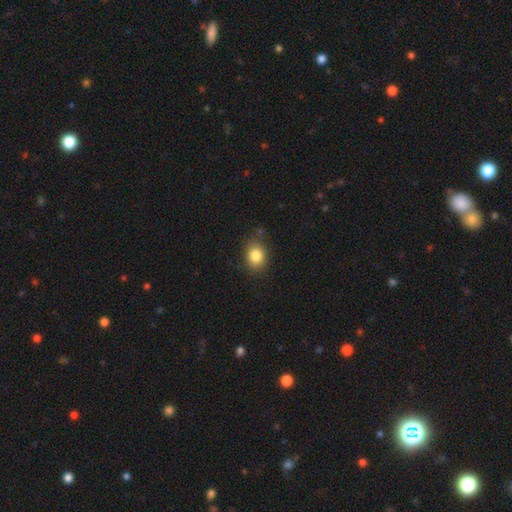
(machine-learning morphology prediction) smooth 84%, star or artifact 10%, featured or disk 7%. Down the decision tree: how rounded — in between (50%); merging — none (81%).